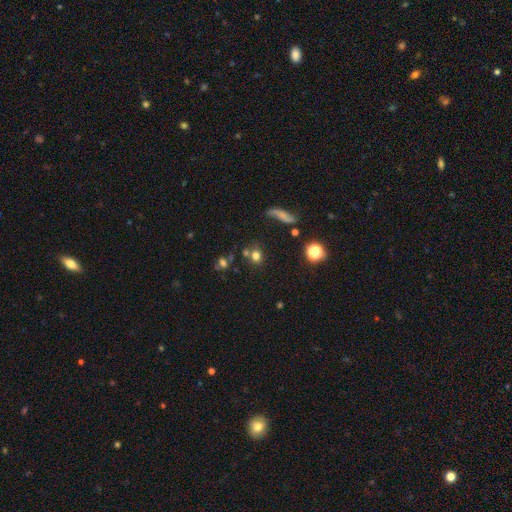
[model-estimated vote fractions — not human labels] Q: Smooth or featured?
A: smooth (70%); runner-up: star or artifact (19%)
Q: How rounded?
A: round (75%); runner-up: in between (22%)
Q: Merging?
A: none (64%); runner-up: merger (18%)